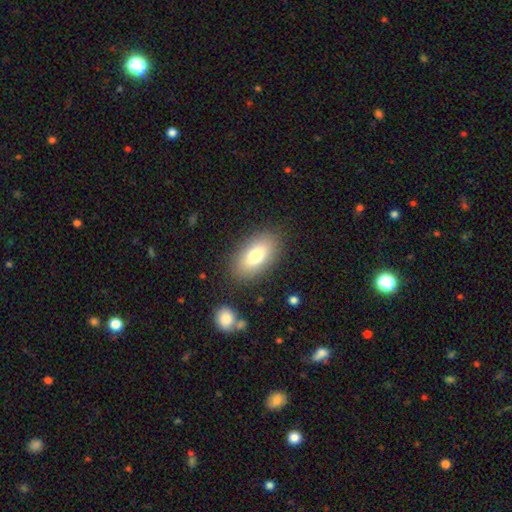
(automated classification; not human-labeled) smooth 76%, featured or disk 16%, star or artifact 8%. Down the decision tree: how rounded — in between (91%); merging — none (85%).